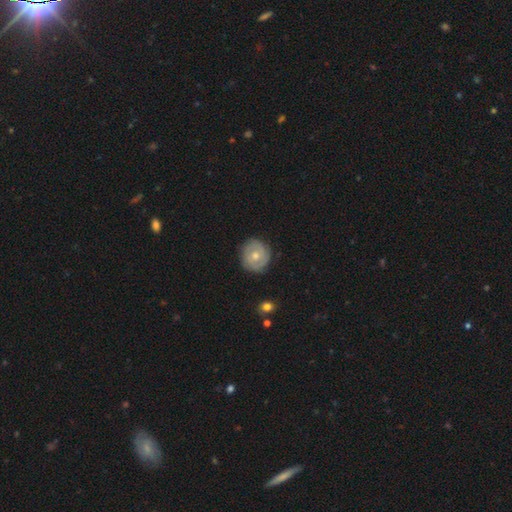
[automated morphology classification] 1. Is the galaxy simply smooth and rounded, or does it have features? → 52% featured or disk, 41% smooth, 6% star or artifact.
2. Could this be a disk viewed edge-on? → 97% no, 3% yes.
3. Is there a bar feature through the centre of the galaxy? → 81% no, 16% weak, 3% strong.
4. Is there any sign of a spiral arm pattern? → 69% yes, 31% no.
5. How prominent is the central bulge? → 70% moderate, 25% small, 3% large, 1% none, 1% dominant.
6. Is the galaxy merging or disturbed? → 83% none, 13% minor disturbance, 3% major disturbance, 1% merger.